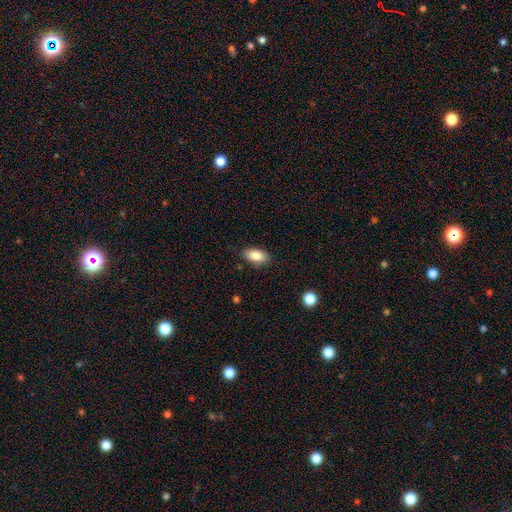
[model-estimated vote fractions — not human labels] This appears to be a smooth galaxy with no disk features (87%) that is in between round and cigar-shaped (91%). Merging: none (85%).